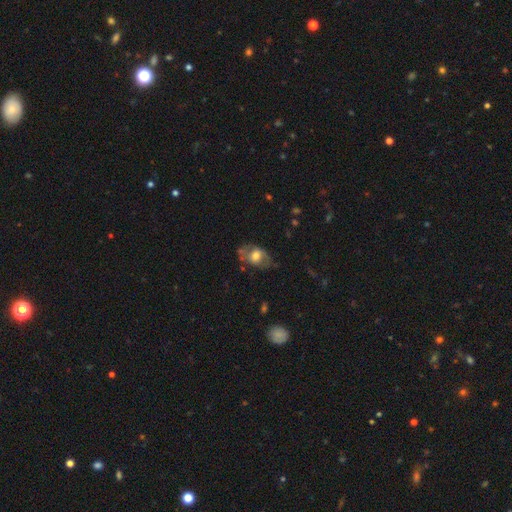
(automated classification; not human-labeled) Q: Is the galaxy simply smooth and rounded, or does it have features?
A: smooth — 51%.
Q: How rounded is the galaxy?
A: in between — 75%.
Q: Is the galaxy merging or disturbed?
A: none — 59%.